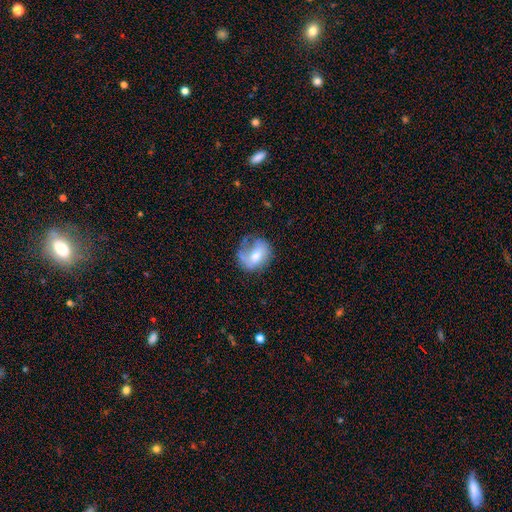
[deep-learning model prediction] A featured or disk galaxy (51%). Merging: none (52%).